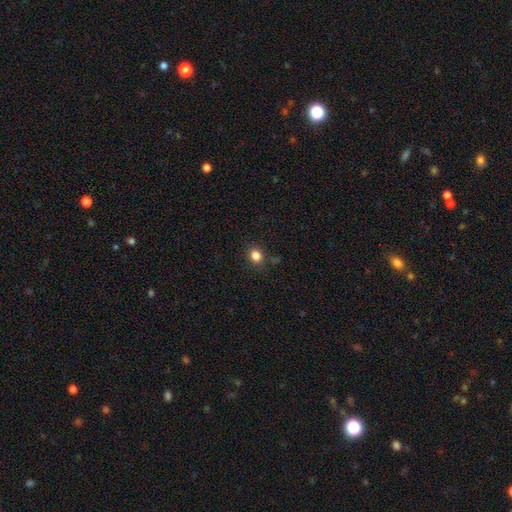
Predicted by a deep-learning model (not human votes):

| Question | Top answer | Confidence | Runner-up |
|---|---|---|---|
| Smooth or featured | smooth | 83% | star or artifact (13%) |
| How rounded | round | 71% | in between (28%) |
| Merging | none | 85% | minor disturbance (10%) |